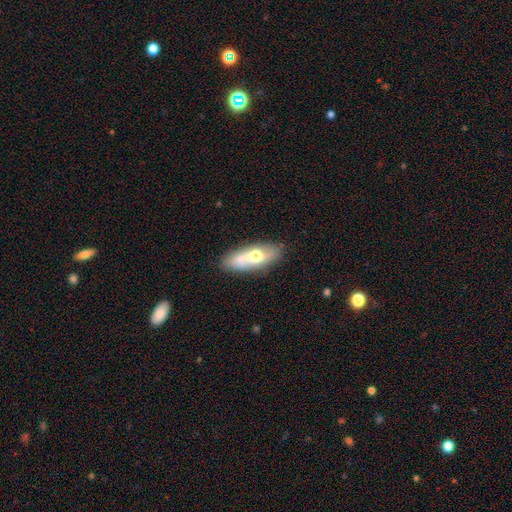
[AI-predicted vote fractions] Smooth or featured: featured or disk — 46% (tied with smooth — 46%)
Merging: none — 71% (minor disturbance — 16%)